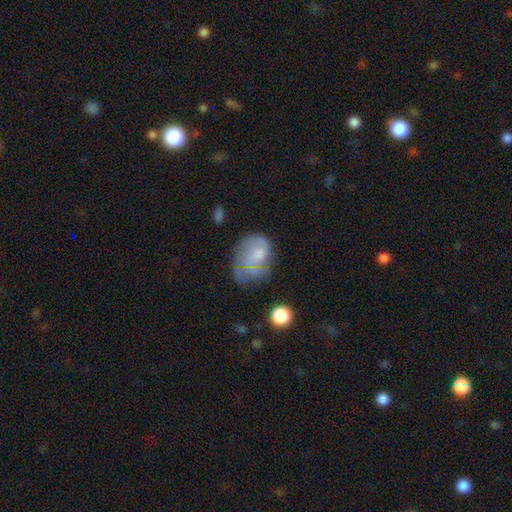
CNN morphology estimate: This appears to be a smooth galaxy with no disk features (45%). Merging: none (38%).